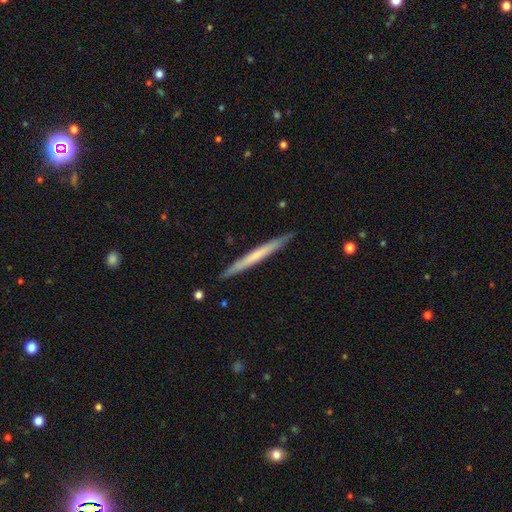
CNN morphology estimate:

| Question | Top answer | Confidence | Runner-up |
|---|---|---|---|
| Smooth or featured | smooth | 52% | featured or disk (43%) |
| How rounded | cigar-shaped | 97% | in between (2%) |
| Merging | none | 91% | minor disturbance (7%) |